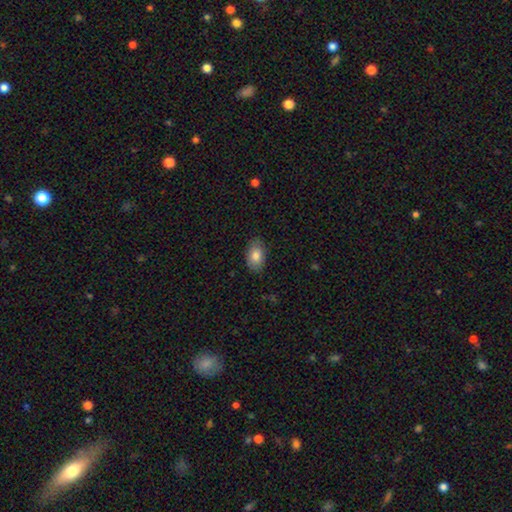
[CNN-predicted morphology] A smooth galaxy with no disk features (82%) that is in between round and cigar-shaped (90%). Merging: none (84%).